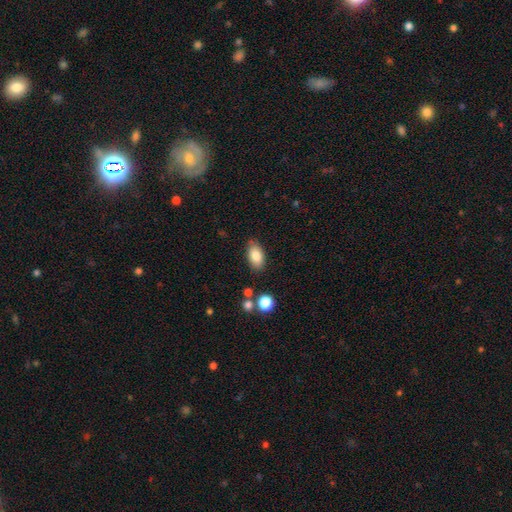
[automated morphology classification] Q: Smooth or featured?
A: smooth (84%); runner-up: featured or disk (8%)
Q: How rounded?
A: in between (91%); runner-up: round (5%)
Q: Merging?
A: none (82%); runner-up: minor disturbance (12%)